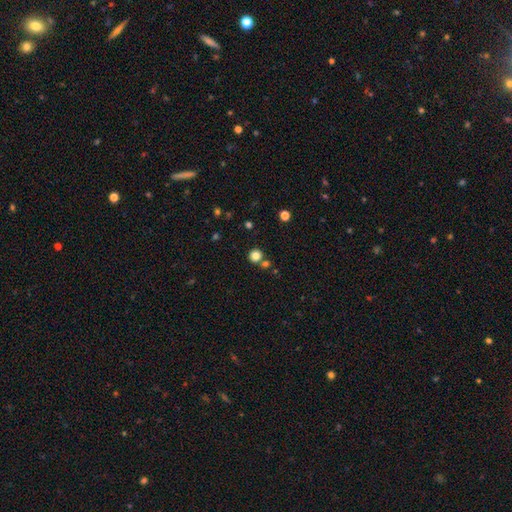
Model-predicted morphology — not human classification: This is clearly a smooth galaxy (82%). How rounded: clearly round (92%). Merging: likely none (73%).